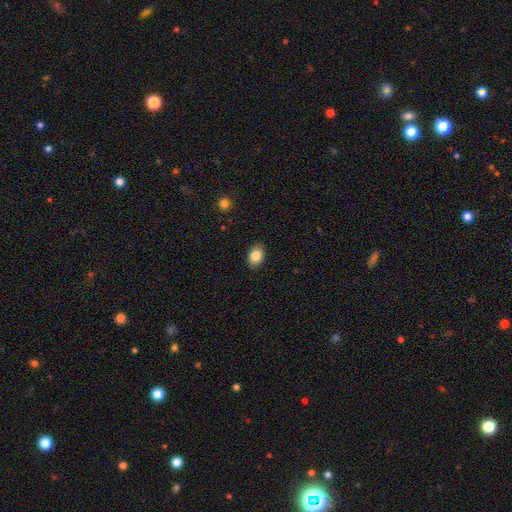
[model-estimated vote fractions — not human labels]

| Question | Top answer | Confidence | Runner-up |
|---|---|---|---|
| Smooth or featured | smooth | 86% | star or artifact (8%) |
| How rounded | in between | 77% | round (22%) |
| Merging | none | 87% | minor disturbance (10%) |